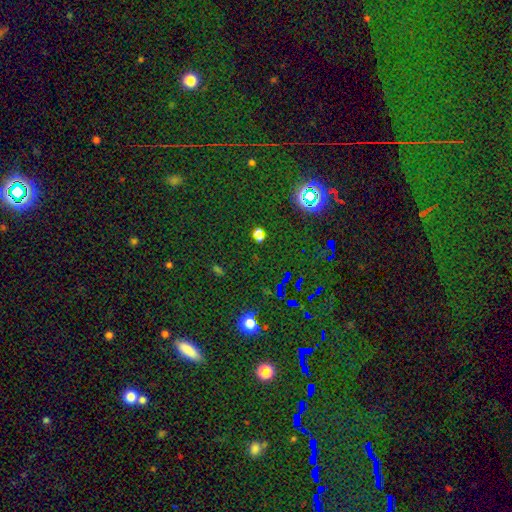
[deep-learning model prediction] Smooth or featured? star or artifact (73%)